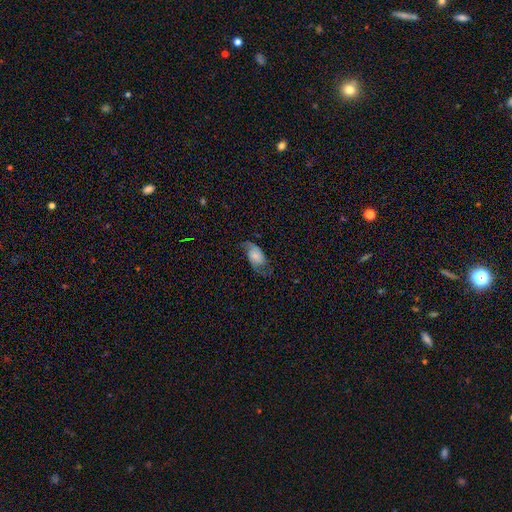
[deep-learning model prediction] smooth-or-featured: featured or disk: 68% | smooth: 24% | star or artifact: 8%
  disk-edge-on: no: 96% | yes: 4%
    bar: no: 66% | weak: 27% | strong: 7%
    has-spiral-arms: yes: 93% | no: 7%
      spiral-winding: loose: 54% | medium: 35% | tight: 11%
      spiral-arm-count: 2: 90% | can't tell: 4% | 1: 3% | 3: 1% | 4: 1% | more than 4: 1%
    bulge-size: small: 47% | moderate: 21% | none: 20% | large: 9% | dominant: 4%
  merging: none: 64% | minor disturbance: 20% | major disturbance: 14% | merger: 1%